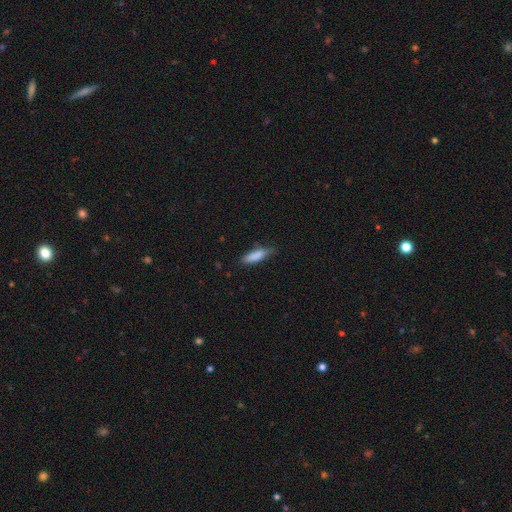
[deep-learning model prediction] A smooth galaxy with no disk features (86%) that is cigar-shaped (53%).

Vote fractions:
- Smooth or featured? smooth: 86% / featured or disk: 8% / star or artifact: 6%
- How rounded? cigar-shaped: 53% / in between: 45% / round: 2%
- Merging? none: 70% / minor disturbance: 24% / major disturbance: 4% / merger: 2%